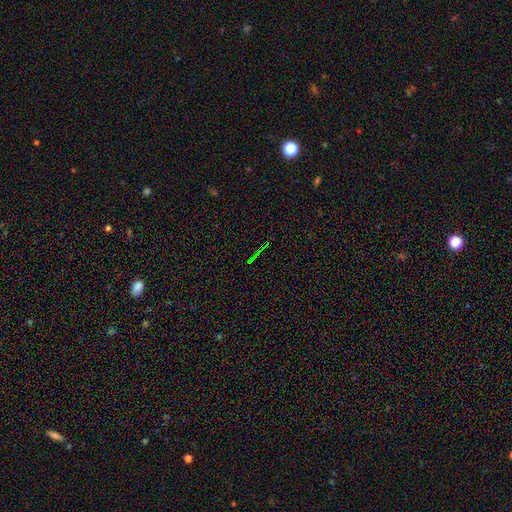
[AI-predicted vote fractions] Smooth or featured?
  - star or artifact: 73% *
  - smooth: 14%
  - featured or disk: 13%